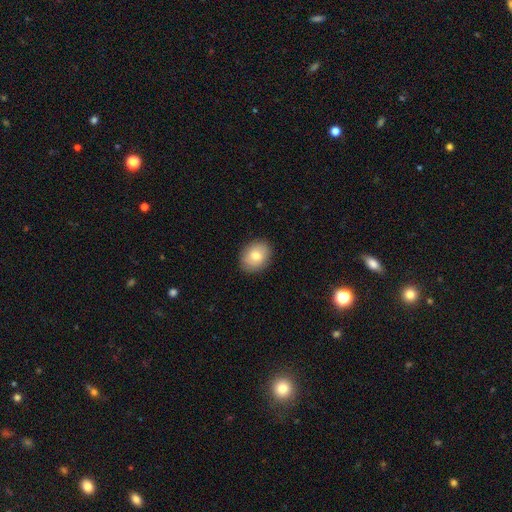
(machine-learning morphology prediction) Smooth or featured?
  - smooth: 77% *
  - featured or disk: 15%
  - star or artifact: 8%
How rounded?
  - in between: 55% *
  - round: 44%
  - cigar-shaped: 1%
Merging?
  - none: 88% *
  - minor disturbance: 9%
  - major disturbance: 2%
  - merger: 1%